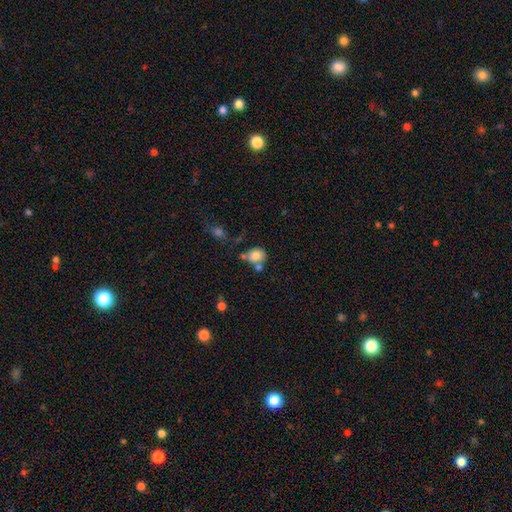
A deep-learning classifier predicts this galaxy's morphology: Smooth or featured? smooth (79%)
How rounded? round (74%)
Merging? none (52%)